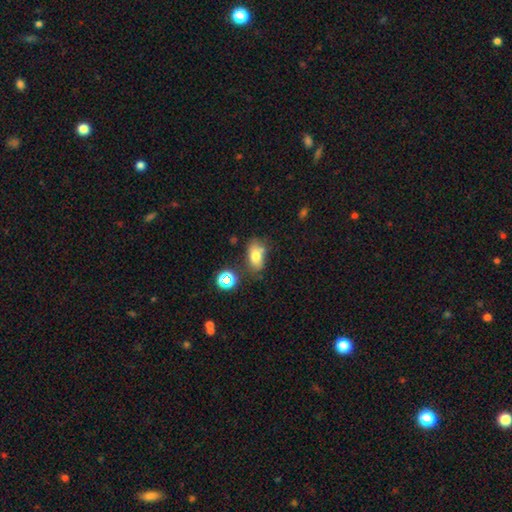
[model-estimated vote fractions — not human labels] smooth-or-featured: smooth: 74% | featured or disk: 14% | star or artifact: 12%
  how-rounded: in between: 85% | round: 12% | cigar-shaped: 3%
  merging: none: 61% | minor disturbance: 20% | merger: 13% | major disturbance: 6%